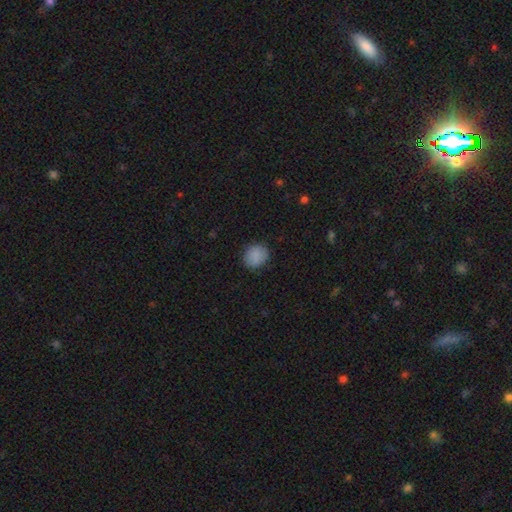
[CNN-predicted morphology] This appears to be a smooth galaxy with no disk features (87%) that is round (74%). Merging: none (86%).